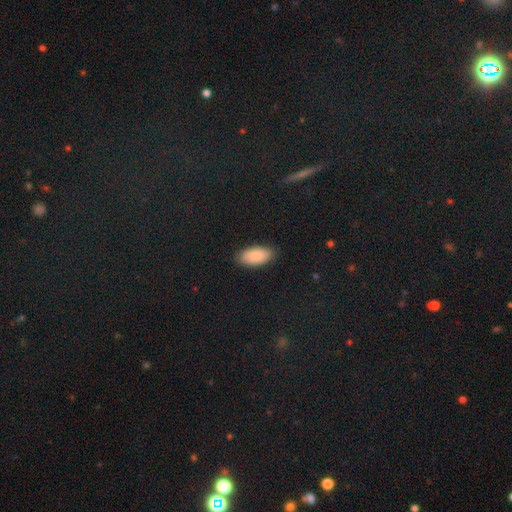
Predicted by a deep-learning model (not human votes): The model was most divided on "merging": none: 87%, minor disturbance: 10%, major disturbance: 2%, merger: 1%. More confident: how rounded — in between (93%); smooth or featured — smooth (90%).